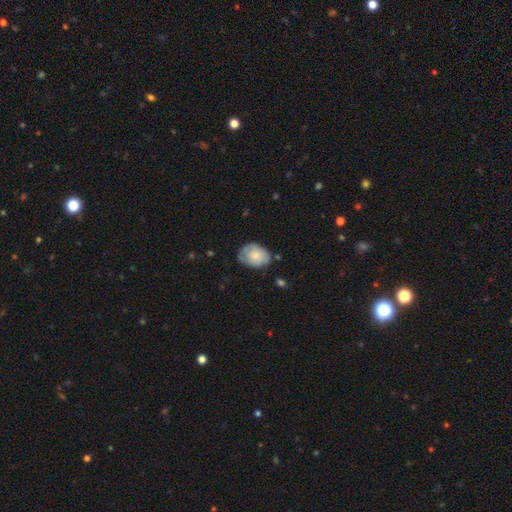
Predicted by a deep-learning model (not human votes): smooth 62%, featured or disk 31%, star or artifact 7%. Down the decision tree: how rounded — in between (66%); merging — none (63%).